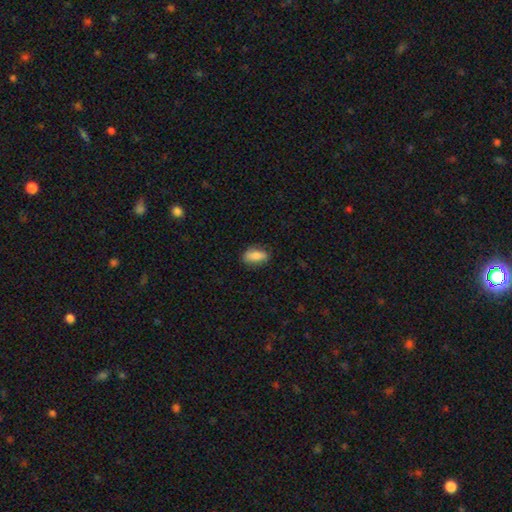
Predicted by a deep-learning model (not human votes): The model was most divided on "merging": none: 78%, minor disturbance: 17%, major disturbance: 4%, merger: 1%. More confident: how rounded — in between (87%); smooth or featured — smooth (85%).